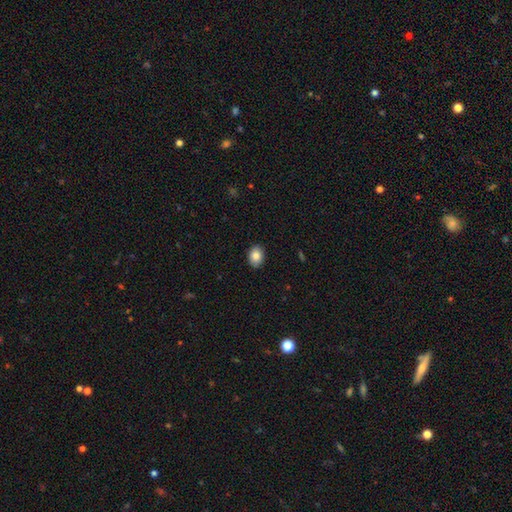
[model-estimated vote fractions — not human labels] Smooth or featured? smooth (86%)
How rounded? in between (71%)
Merging? none (89%)